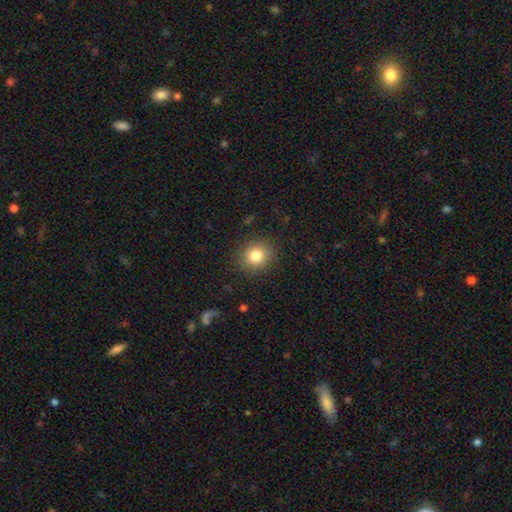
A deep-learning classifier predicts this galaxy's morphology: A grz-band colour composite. It shows a smooth galaxy with no disk features (82%) that is round (83%). Merging: none (88%).